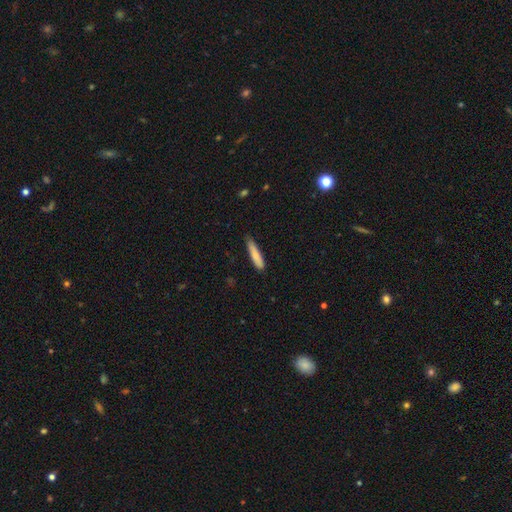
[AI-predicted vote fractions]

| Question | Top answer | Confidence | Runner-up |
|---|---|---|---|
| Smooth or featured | smooth | 81% | featured or disk (13%) |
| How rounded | cigar-shaped | 87% | in between (11%) |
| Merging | none | 72% | minor disturbance (24%) |